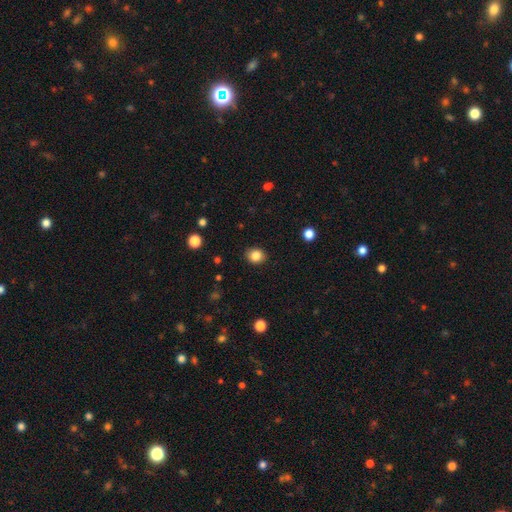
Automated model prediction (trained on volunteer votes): A smooth galaxy with no disk features (84%) that is round (67%). Merging: none (89%).